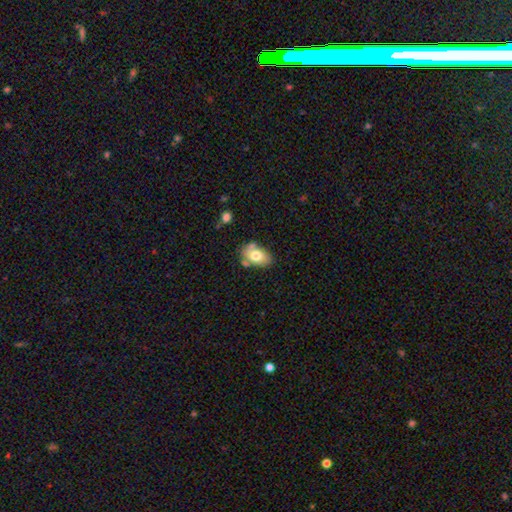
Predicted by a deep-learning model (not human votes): A smooth galaxy with no disk features (72%) that is in between round and cigar-shaped (88%). Merging: none (61%).